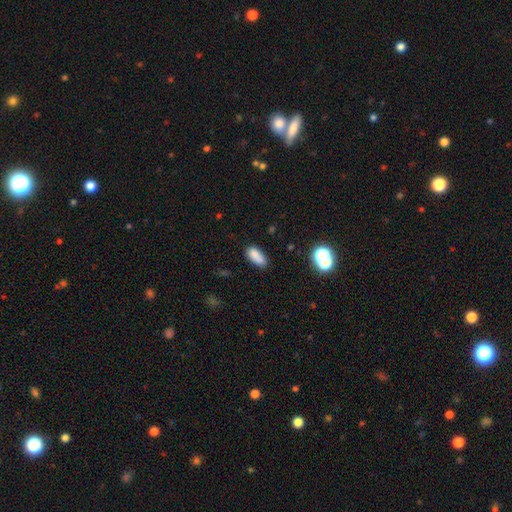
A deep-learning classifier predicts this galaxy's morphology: The model was most divided on "merging": none: 73%, minor disturbance: 18%, merger: 5%, major disturbance: 4%. More confident: how rounded — in between (84%); smooth or featured — smooth (84%).